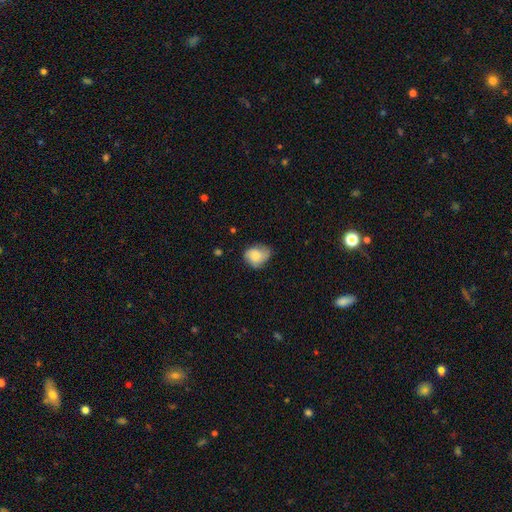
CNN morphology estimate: smooth 64%, featured or disk 28%, star or artifact 8%. Down the decision tree: how rounded — in between (51%); merging — none (54%).